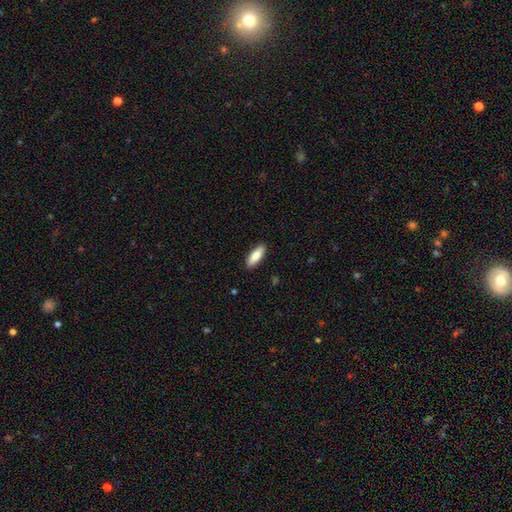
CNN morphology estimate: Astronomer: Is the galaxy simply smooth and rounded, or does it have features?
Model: smooth — 83%.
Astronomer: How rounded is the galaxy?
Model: in between — 59% (runner-up: cigar-shaped, 39%).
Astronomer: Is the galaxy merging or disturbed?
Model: none — 90%.